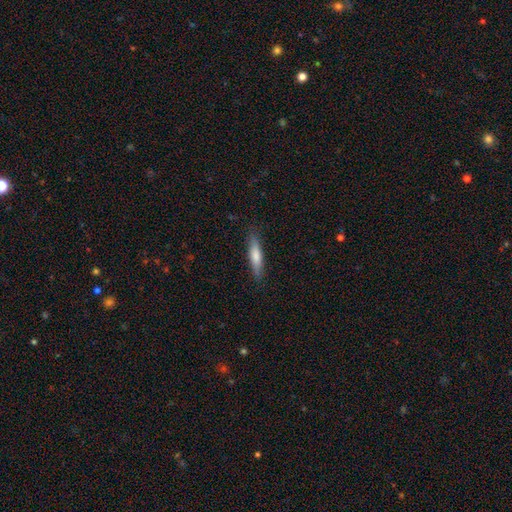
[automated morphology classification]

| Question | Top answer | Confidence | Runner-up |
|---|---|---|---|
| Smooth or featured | smooth | 59% | featured or disk (34%) |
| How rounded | cigar-shaped | 86% | in between (12%) |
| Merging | none | 88% | minor disturbance (9%) |